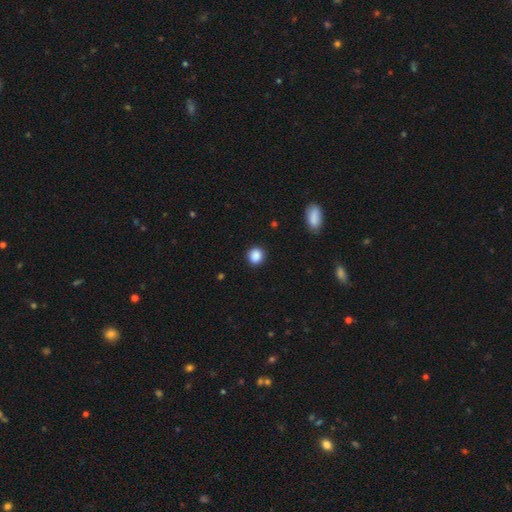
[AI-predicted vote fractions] Overall: smooth (88%). How rounded: round (89%). Merging: none (91%).